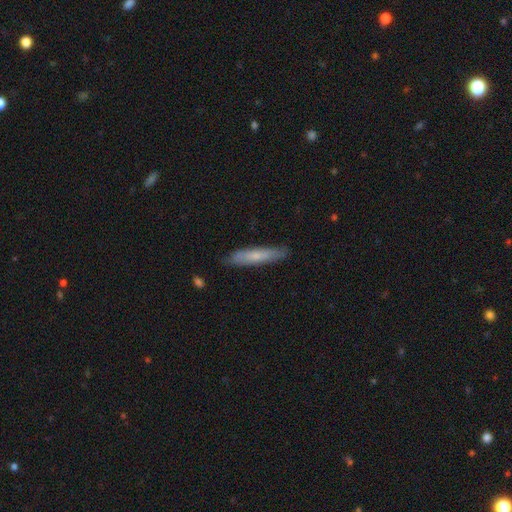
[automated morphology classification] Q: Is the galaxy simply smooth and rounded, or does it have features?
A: smooth — 63%.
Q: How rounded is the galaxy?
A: cigar-shaped — 88%.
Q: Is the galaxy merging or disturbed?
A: none — 85%.